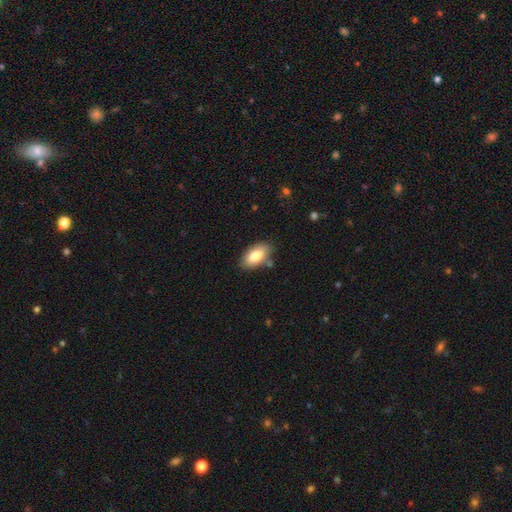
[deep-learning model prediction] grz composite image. It shows a smooth galaxy with no disk features (81%) that is in between round and cigar-shaped (93%). Merging: none (80%).